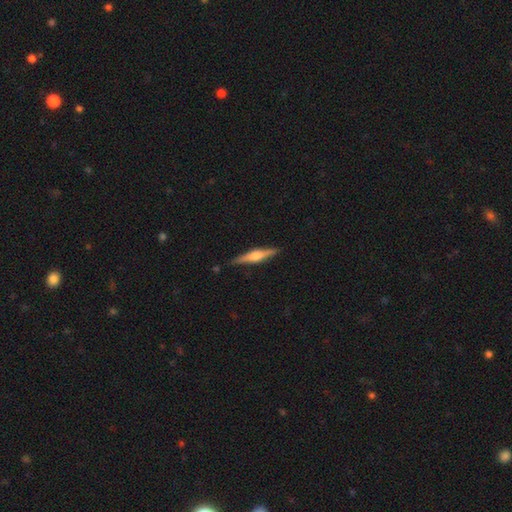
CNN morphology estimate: A featured or disk galaxy (66%) viewed edge-on (98%) with a rounded central bulge (79%). Merging: none (88%).